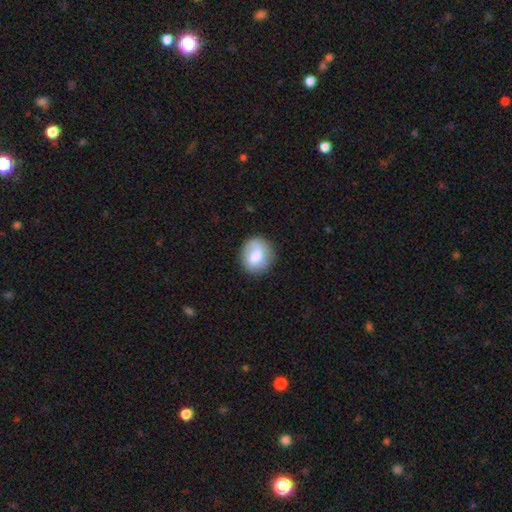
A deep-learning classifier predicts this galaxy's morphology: A smooth galaxy with no disk features (71%) that is round (67%).

Vote fractions:
- Smooth or featured? smooth: 71% / featured or disk: 22% / star or artifact: 7%
- How rounded? round: 67% / in between: 32% / cigar-shaped: 1%
- Merging? none: 74% / minor disturbance: 18% / major disturbance: 6% / merger: 2%